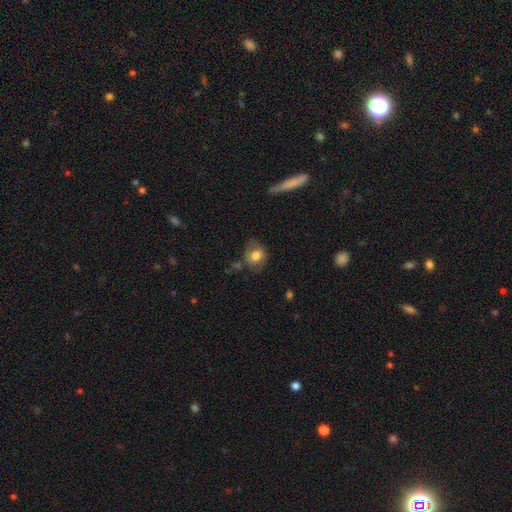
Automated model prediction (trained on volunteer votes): Overall: smooth (71%). How rounded: in between (50%; round 48%). Merging: none (55%; minor disturbance 26%).